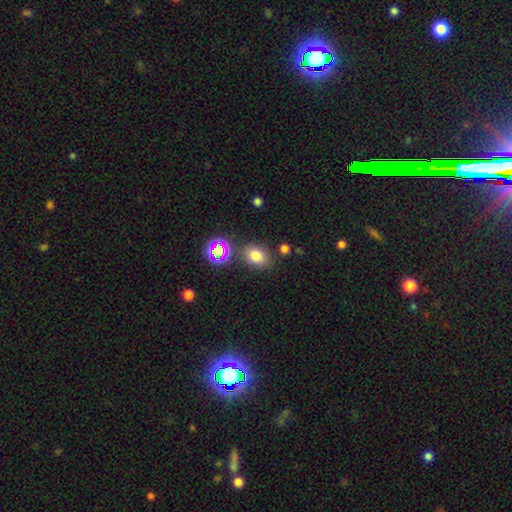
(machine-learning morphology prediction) This is likely a smooth galaxy (73%). How rounded: likely in between (63%). Merging: likely none (76%).